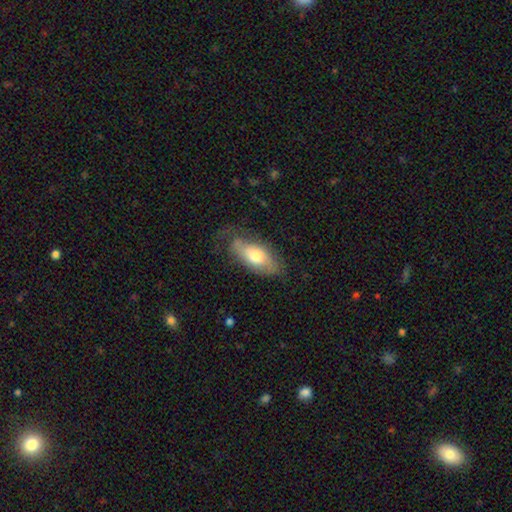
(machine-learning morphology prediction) smooth-or-featured: smooth: 60% | featured or disk: 34% | star or artifact: 6%
  how-rounded: in between: 87% | cigar-shaped: 10% | round: 3%
  merging: none: 55% | minor disturbance: 29% | major disturbance: 14% | merger: 2%